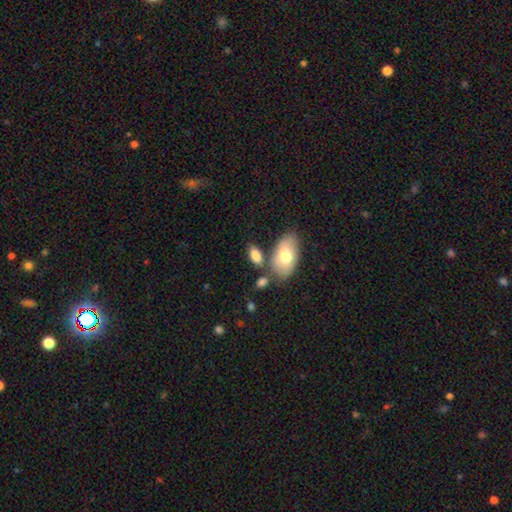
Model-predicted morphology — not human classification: smooth-or-featured: smooth: 79% | featured or disk: 14% | star or artifact: 7%
  how-rounded: in between: 88% | cigar-shaped: 7% | round: 5%
  merging: none: 63% | merger: 18% | minor disturbance: 14% | major disturbance: 5%